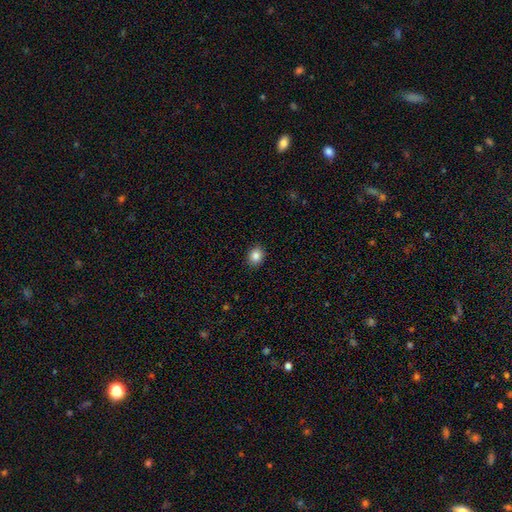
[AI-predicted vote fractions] The model was most divided on "how rounded": round: 66%, in between: 33%, cigar-shaped: 1%. More confident: merging — none (91%); smooth or featured — smooth (86%).